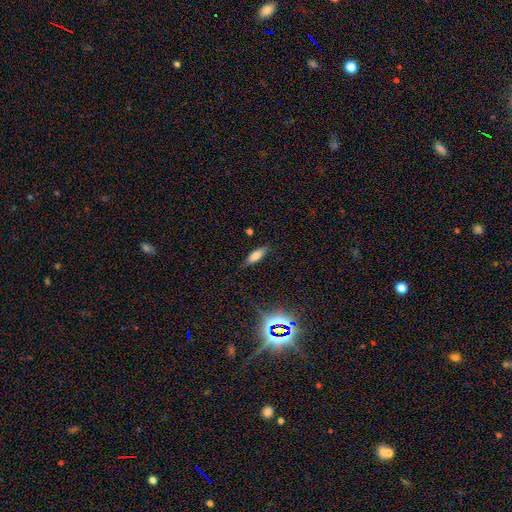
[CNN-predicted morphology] Smooth or featured? Predicted: smooth (p=0.70). How rounded? Predicted: in between (p=0.55). Merging? Predicted: none (p=0.83).